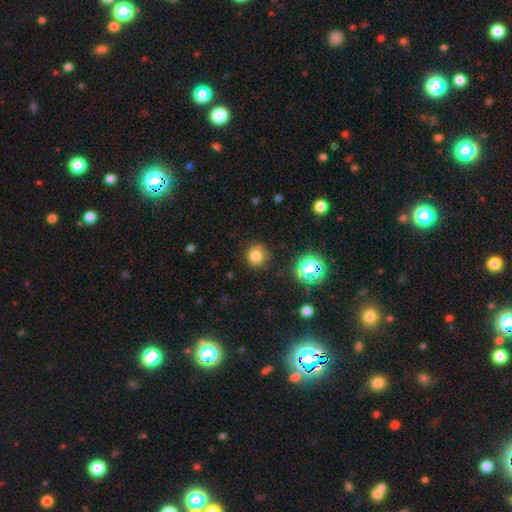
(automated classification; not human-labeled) Smooth or featured: smooth — 78% (star or artifact — 16%)
How rounded: round — 89% (in between — 10%)
Merging: none — 79% (minor disturbance — 14%)